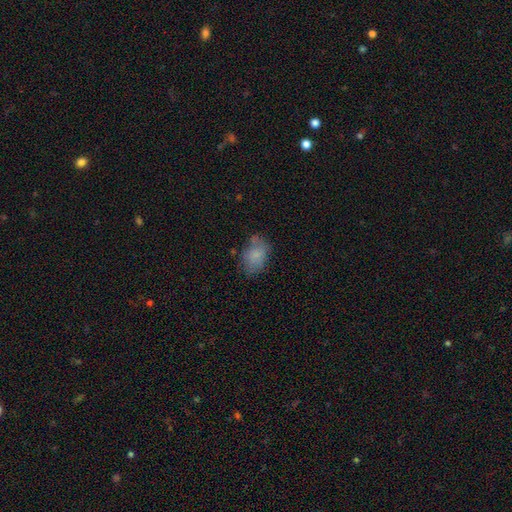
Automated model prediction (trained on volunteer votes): Morphology: type=smooth (78%); roundness=in between (76%); merging=none (61%).